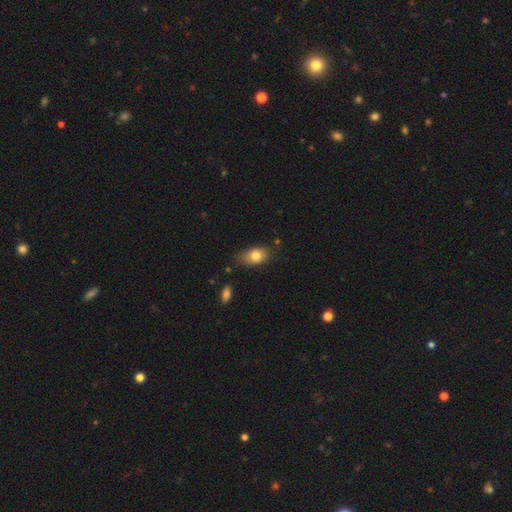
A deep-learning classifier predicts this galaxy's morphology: Smooth or featured? Predicted: smooth (p=0.80). How rounded? Predicted: in between (p=0.86). Merging? Predicted: none (p=0.73).